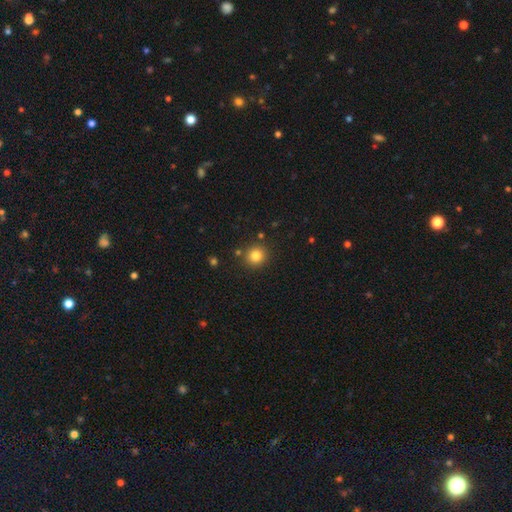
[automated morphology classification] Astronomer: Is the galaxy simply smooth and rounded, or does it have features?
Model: smooth — 83%.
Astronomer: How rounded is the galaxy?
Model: round — 90%.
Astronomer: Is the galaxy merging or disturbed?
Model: none — 87%.